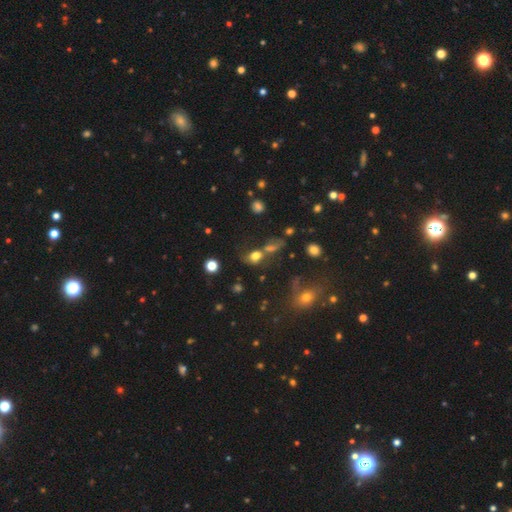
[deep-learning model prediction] The model was most divided on "merging": merger: 40%, none: 31%, major disturbance: 14%, minor disturbance: 14%. More confident: smooth or featured — smooth (70%); how rounded — in between (56%).